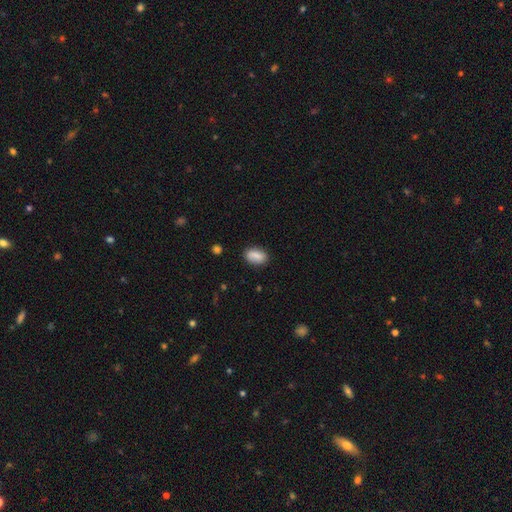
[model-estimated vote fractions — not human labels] Q: Smooth or featured?
A: smooth (81%); runner-up: featured or disk (12%)
Q: How rounded?
A: in between (88%); runner-up: round (8%)
Q: Merging?
A: none (83%); runner-up: minor disturbance (12%)